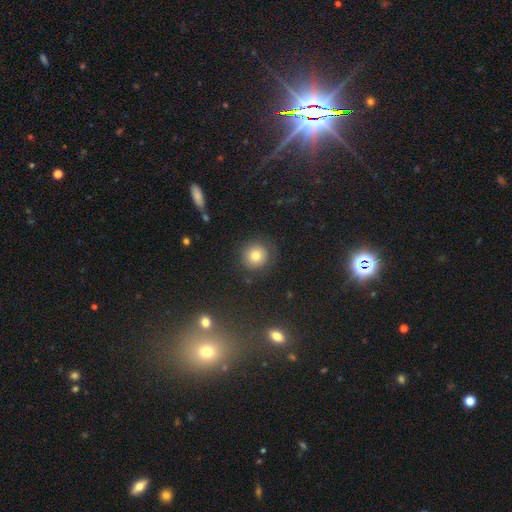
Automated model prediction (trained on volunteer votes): Q: Smooth or featured?
A: smooth (75%); runner-up: star or artifact (14%)
Q: How rounded?
A: round (93%); runner-up: in between (6%)
Q: Merging?
A: none (84%); runner-up: minor disturbance (10%)